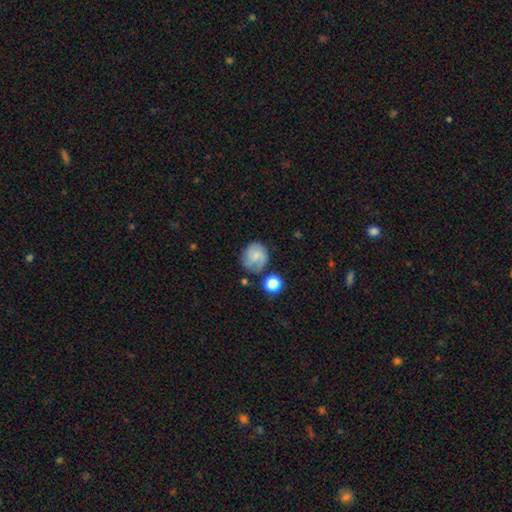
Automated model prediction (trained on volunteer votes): The model was most divided on "smooth or featured": smooth: 56%, featured or disk: 35%, star or artifact: 9%. More confident: how rounded — round (82%); merging — none (63%).